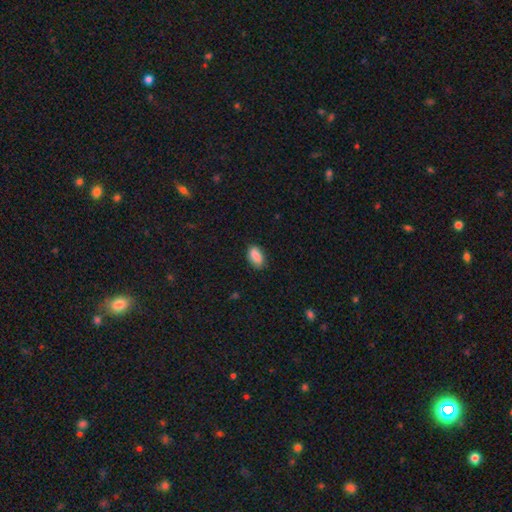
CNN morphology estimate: A smooth galaxy with no disk features (88%) that is in between round and cigar-shaped (92%). Merging: none (80%).